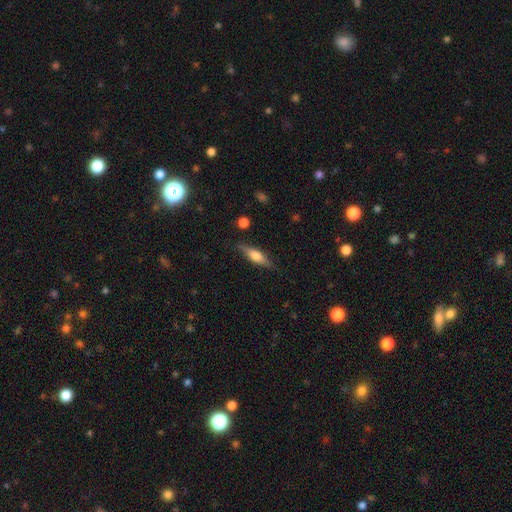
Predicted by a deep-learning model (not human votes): This is possibly a smooth galaxy (49%). Merging: clearly none (83%).